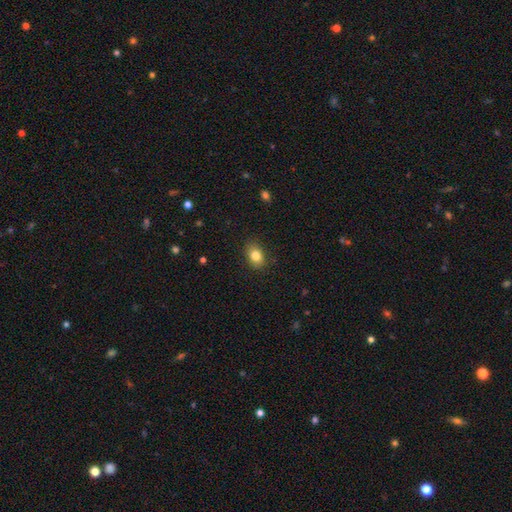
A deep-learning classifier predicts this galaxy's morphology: smooth-or-featured: smooth: 82% | star or artifact: 9% | featured or disk: 8%
  how-rounded: in between: 73% | round: 25% | cigar-shaped: 1%
  merging: none: 86% | minor disturbance: 11% | major disturbance: 2% | merger: 1%